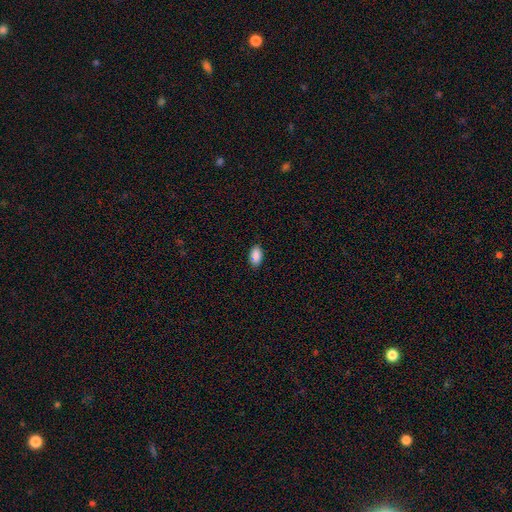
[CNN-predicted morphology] smooth-or-featured: smooth: 89% | star or artifact: 7% | featured or disk: 3%
  how-rounded: in between: 93% | round: 4% | cigar-shaped: 3%
  merging: none: 86% | minor disturbance: 10% | major disturbance: 2% | merger: 1%